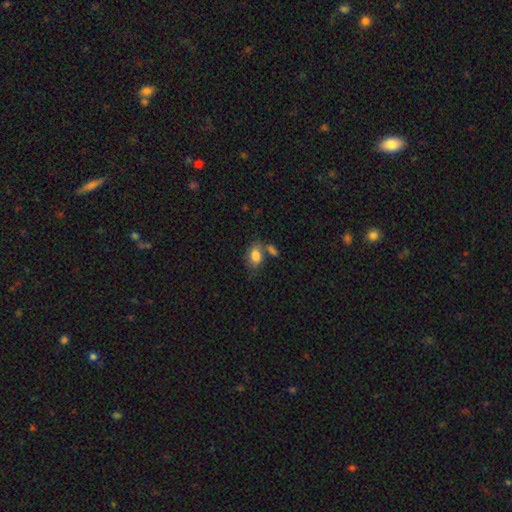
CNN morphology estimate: Smooth or featured?
  - smooth: 81% *
  - featured or disk: 10%
  - star or artifact: 8%
How rounded?
  - in between: 82% *
  - round: 16%
  - cigar-shaped: 2%
Merging?
  - none: 50% *
  - merger: 26%
  - minor disturbance: 18%
  - major disturbance: 7%